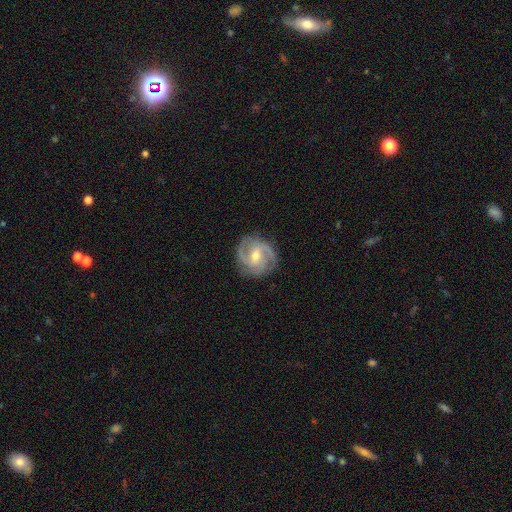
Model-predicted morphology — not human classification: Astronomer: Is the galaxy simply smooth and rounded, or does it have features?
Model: featured or disk — 88%.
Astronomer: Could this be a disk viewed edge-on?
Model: no — 98%.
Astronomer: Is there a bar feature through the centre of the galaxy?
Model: weak — 53% (runner-up: no, 28%).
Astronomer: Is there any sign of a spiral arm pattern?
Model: yes — 97%.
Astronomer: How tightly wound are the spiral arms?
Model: medium — 51% (runner-up: tight, 37%).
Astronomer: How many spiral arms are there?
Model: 3 — 47% (runner-up: 2, 30%).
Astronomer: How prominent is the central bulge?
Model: moderate — 57% (runner-up: small, 39%).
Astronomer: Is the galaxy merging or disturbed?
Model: none — 83%.